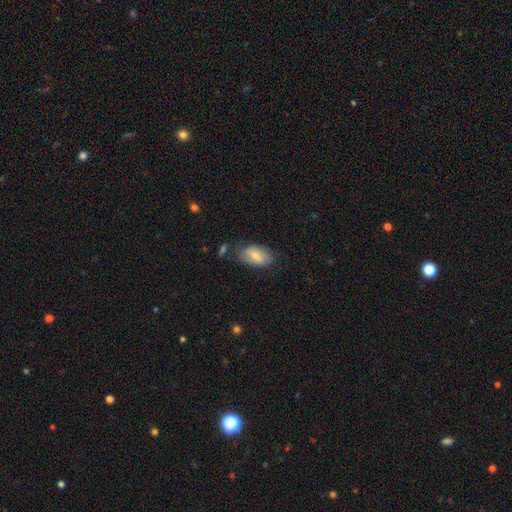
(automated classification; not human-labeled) This is likely a smooth galaxy (67%). How rounded: clearly in between (91%). Merging: likely none (66%).